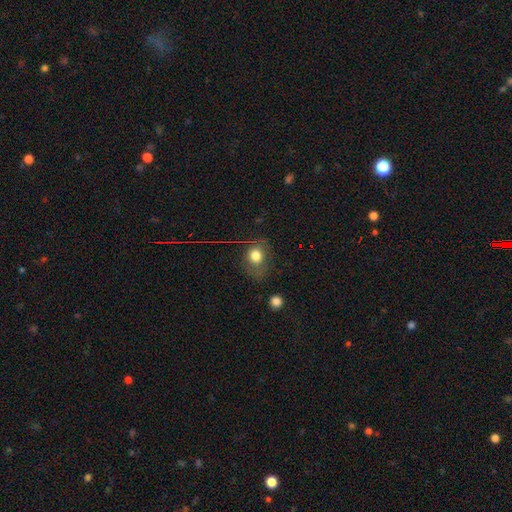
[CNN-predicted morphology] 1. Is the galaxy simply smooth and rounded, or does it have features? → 75% smooth, 14% star or artifact, 12% featured or disk.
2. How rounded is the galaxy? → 56% round, 43% in between, 1% cigar-shaped.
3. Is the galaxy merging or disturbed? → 58% none, 24% minor disturbance, 16% major disturbance, 3% merger.